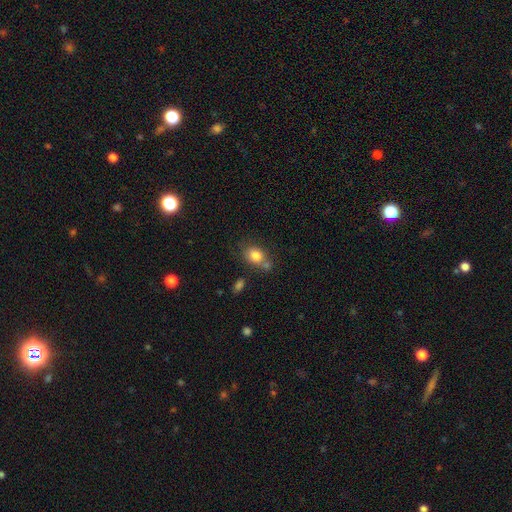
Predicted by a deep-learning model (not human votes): Smooth or featured? smooth (82%)
How rounded? in between (60%)
Merging? none (57%)